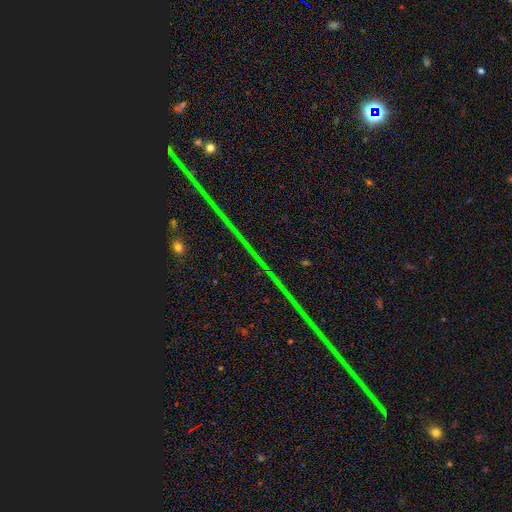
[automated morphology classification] type=star or artifact (89%).